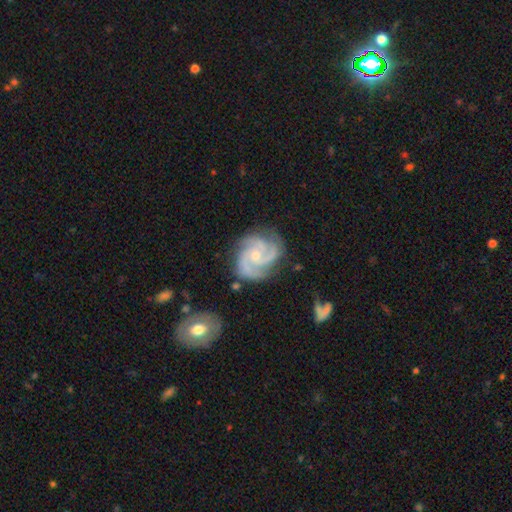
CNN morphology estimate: Overall: featured or disk (90%). Edge-on disk: no (98%). Bar: no (69%). Spiral arms: yes (98%). Spiral arm count: 3 (67%). Spiral winding: medium (46%, tied with tight). Bulge size: small (63%; moderate 33%). Merging: none (74%).